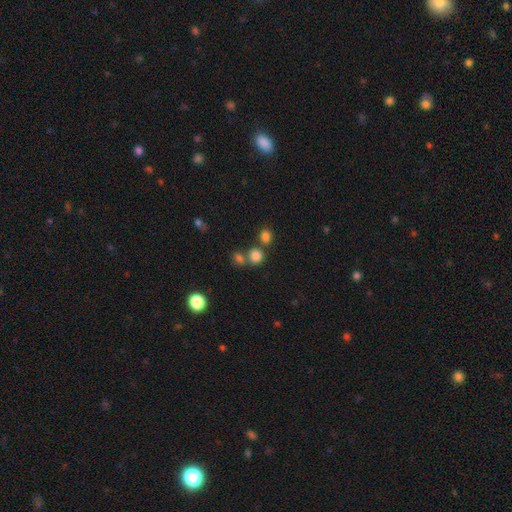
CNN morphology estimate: Smooth or featured: smooth — 79% (star or artifact — 15%)
How rounded: round — 84% (in between — 15%)
Merging: none — 61% (merger — 27%)